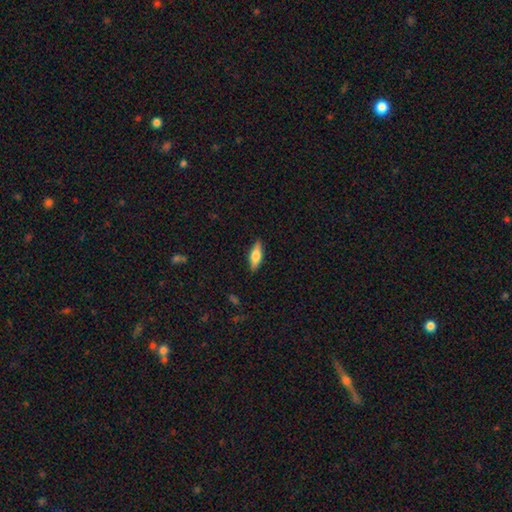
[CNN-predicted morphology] smooth 61%, featured or disk 33%, star or artifact 6%. Down the decision tree: how rounded — in between (54%); merging — none (88%).